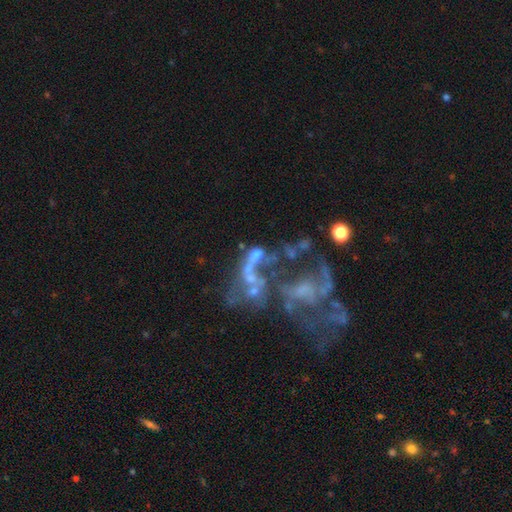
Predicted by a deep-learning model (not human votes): Q: Smooth or featured?
A: featured or disk (50%); runner-up: smooth (27%)
Q: Edge-on disk?
A: no (96%); runner-up: yes (4%)
Q: Merging?
A: merger (49%); runner-up: major disturbance (26%)